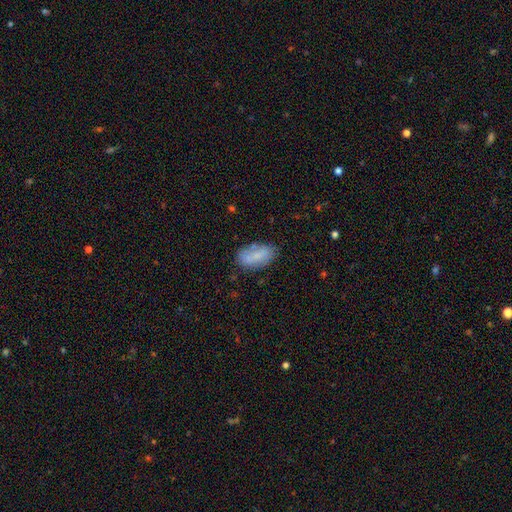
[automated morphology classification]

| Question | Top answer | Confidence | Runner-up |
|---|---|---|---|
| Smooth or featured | smooth | 72% | featured or disk (20%) |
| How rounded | in between | 92% | cigar-shaped (5%) |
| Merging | none | 64% | minor disturbance (21%) |